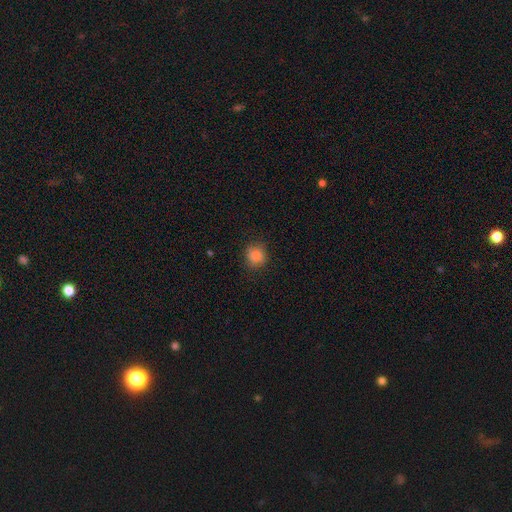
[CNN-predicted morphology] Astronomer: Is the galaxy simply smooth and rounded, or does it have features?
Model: smooth — 85%.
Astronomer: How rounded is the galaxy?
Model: round — 78%.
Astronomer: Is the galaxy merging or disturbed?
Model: none — 80%.